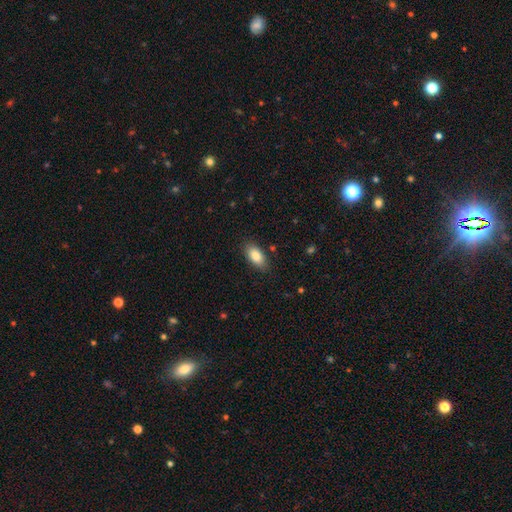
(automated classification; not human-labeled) This is clearly a smooth galaxy (85%). How rounded: clearly in between (91%). Merging: clearly none (86%).